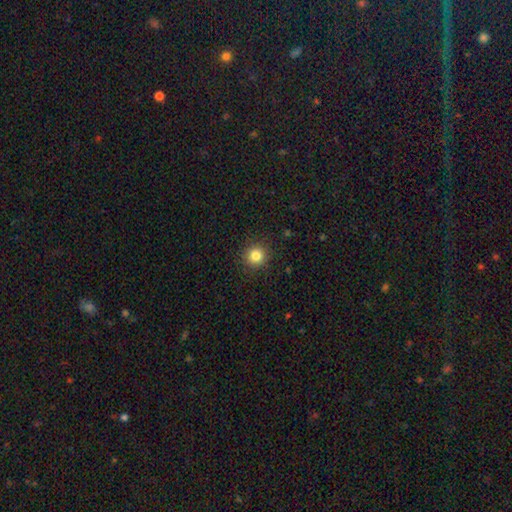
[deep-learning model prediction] This is clearly a smooth galaxy (83%). How rounded: clearly round (93%). Merging: clearly none (91%).